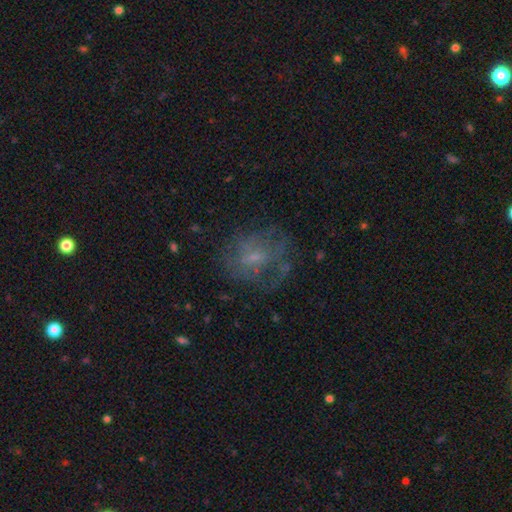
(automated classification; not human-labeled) A featured or disk galaxy (50%). Merging: none (55%).